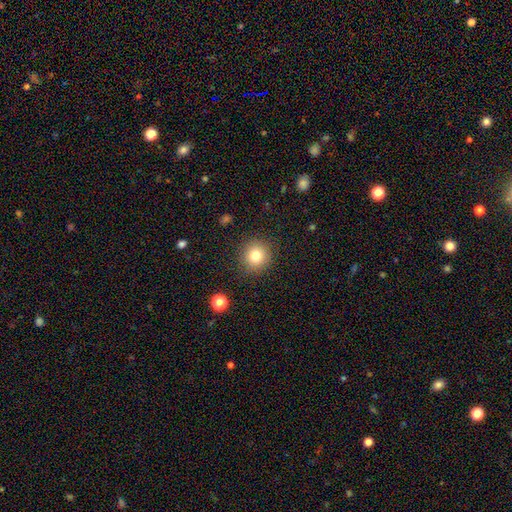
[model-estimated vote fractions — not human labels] Overall: smooth (80%). How rounded: round (92%). Merging: none (89%).